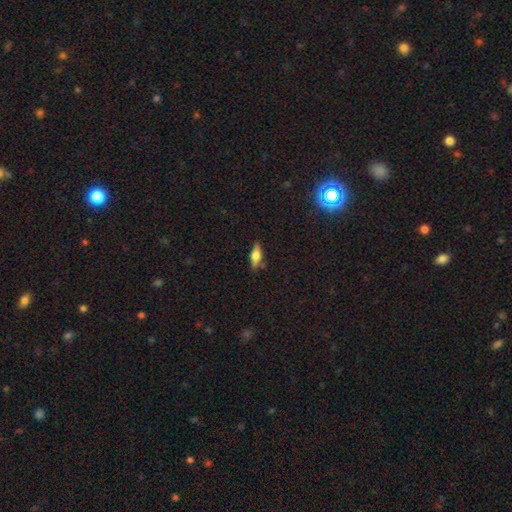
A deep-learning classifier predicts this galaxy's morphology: A smooth galaxy with no disk features (50%) that is in between round and cigar-shaped (55%). Merging: none (83%).